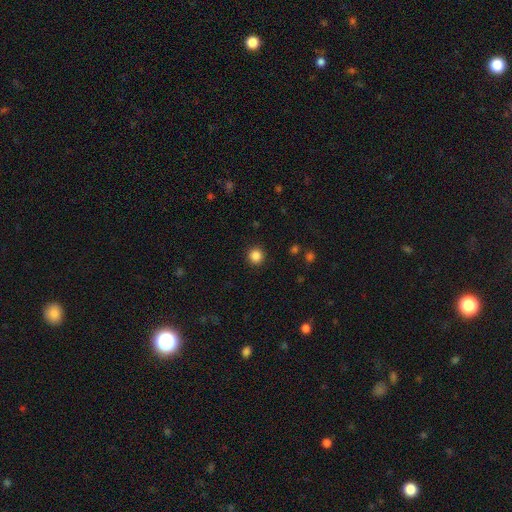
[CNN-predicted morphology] Smooth or featured? smooth (85%)
How rounded? round (94%)
Merging? none (92%)